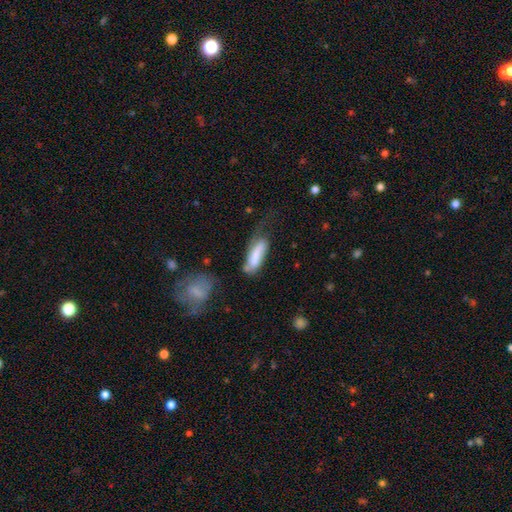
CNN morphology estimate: type=smooth (68%); roundness=cigar-shaped (49%, tied with in between); merging=none (34%).